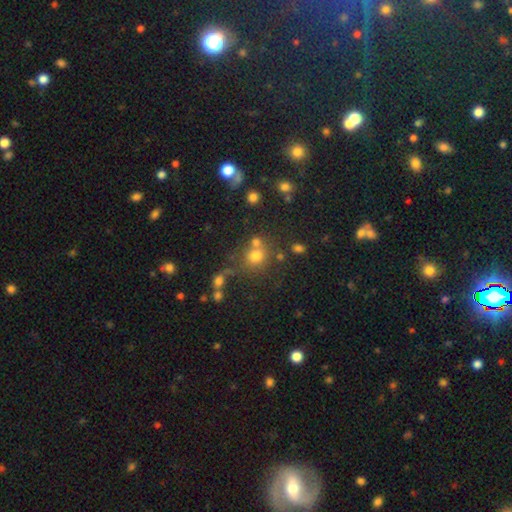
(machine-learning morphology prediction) A smooth galaxy with no disk features (70%) that is round (83%).

Vote fractions:
- Smooth or featured? smooth: 70% / star or artifact: 19% / featured or disk: 10%
- How rounded? round: 83% / in between: 16% / cigar-shaped: 1%
- Merging? none: 57% / merger: 26% / minor disturbance: 11% / major disturbance: 6%